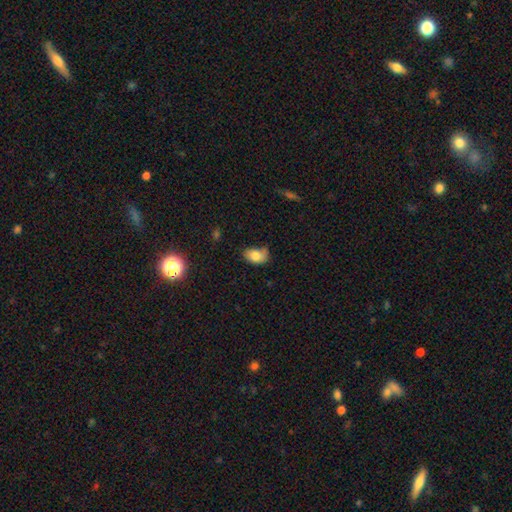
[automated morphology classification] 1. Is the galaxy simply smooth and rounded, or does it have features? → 81% smooth, 11% featured or disk, 9% star or artifact.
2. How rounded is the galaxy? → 86% in between, 12% round, 1% cigar-shaped.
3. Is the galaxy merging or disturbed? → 51% none, 34% minor disturbance, 10% major disturbance, 6% merger.